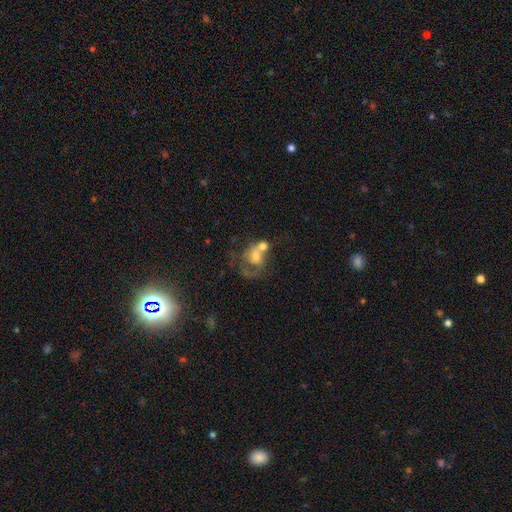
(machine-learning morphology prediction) Smooth or featured? Predicted: featured or disk (p=0.46). Merging? Predicted: merger (p=0.61).